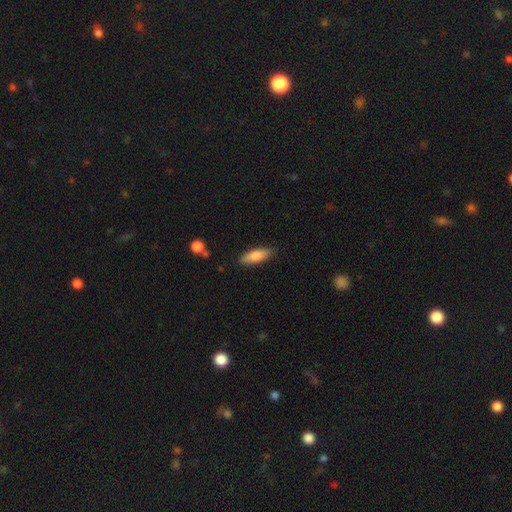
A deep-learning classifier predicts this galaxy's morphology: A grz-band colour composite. It shows a smooth galaxy with no disk features (78%) that is in between round and cigar-shaped (57%). Merging: none (85%).